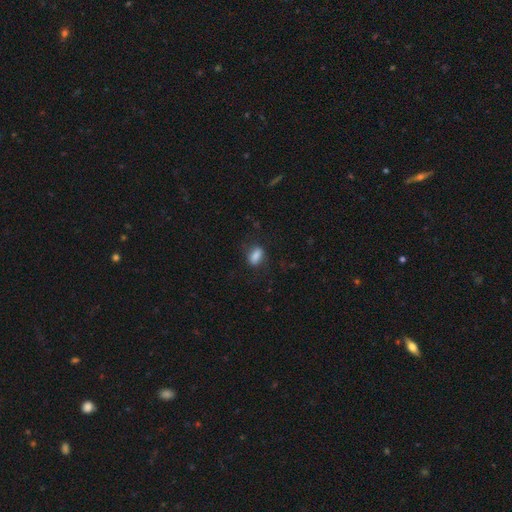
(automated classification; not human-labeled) A smooth galaxy with no disk features (80%) that is in between round and cigar-shaped (82%). Merging: none (73%).